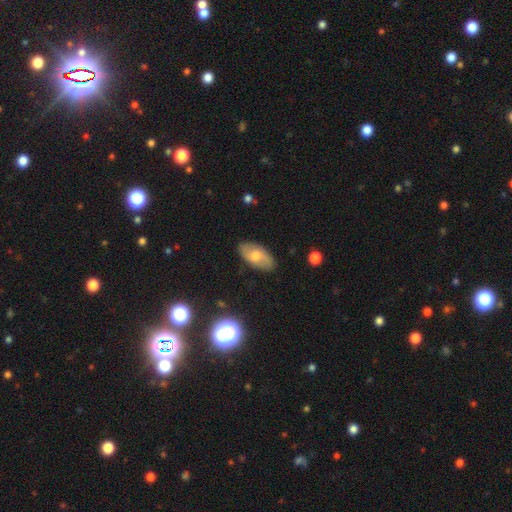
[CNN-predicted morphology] Smooth or featured? smooth (50%)
How rounded? in between (92%)
Merging? none (83%)